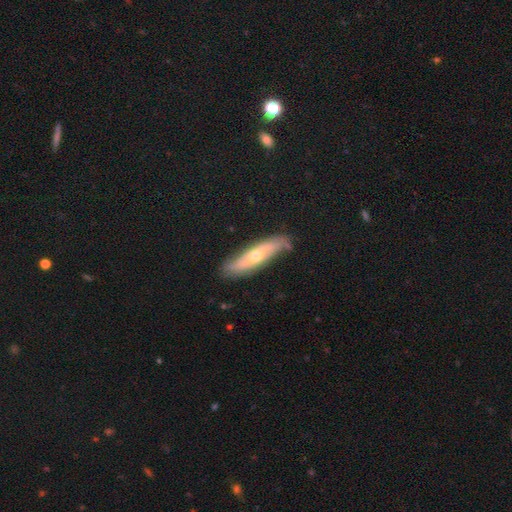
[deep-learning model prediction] smooth_or_featured: featured or disk (p=0.65) [alt: smooth p=0.29]
disk_edge_on: no (p=0.56) [alt: yes p=0.44]
merging: none (p=0.79) [alt: minor disturbance p=0.16]